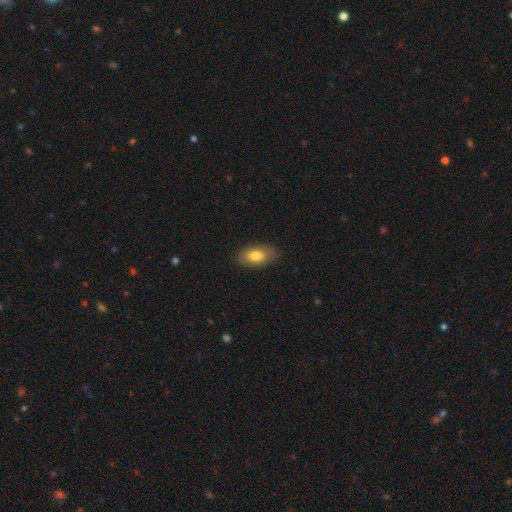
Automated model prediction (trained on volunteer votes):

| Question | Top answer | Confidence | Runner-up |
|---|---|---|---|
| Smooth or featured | smooth | 79% | featured or disk (14%) |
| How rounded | in between | 91% | round (5%) |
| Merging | none | 85% | minor disturbance (11%) |